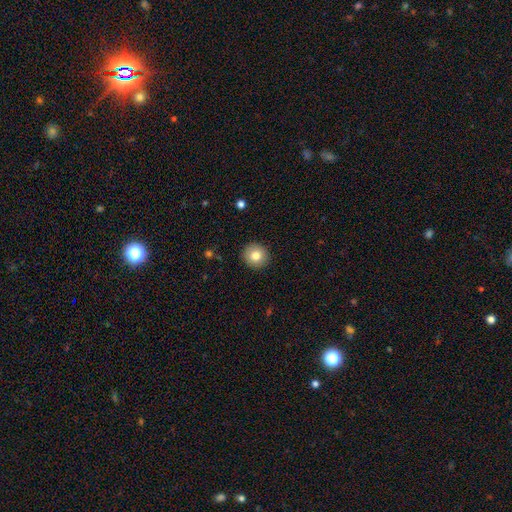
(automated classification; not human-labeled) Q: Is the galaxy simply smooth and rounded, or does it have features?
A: smooth — 80%.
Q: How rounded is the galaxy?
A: round — 92%.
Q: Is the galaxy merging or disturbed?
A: none — 92%.